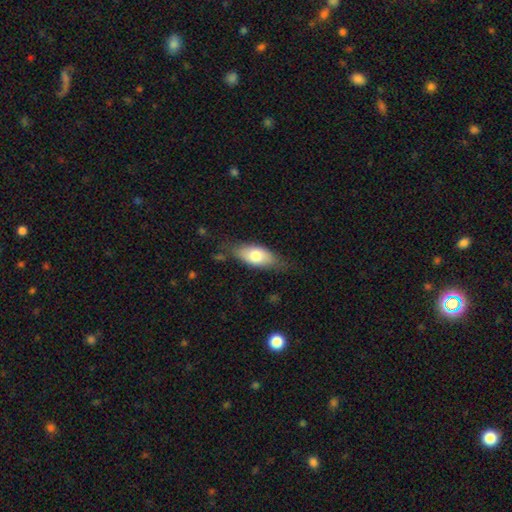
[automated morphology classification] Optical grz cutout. It shows a smooth galaxy with no disk features (71%) that is in between round and cigar-shaped (85%). Merging: none (70%).